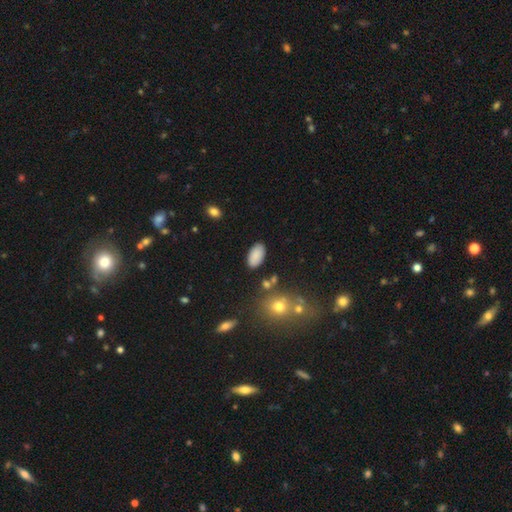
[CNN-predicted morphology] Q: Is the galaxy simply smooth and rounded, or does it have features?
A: smooth — 86%.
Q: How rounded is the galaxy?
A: in between — 95%.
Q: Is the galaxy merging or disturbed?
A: none — 85%.